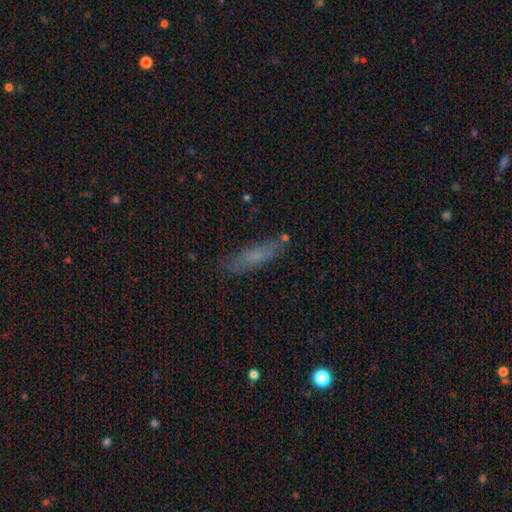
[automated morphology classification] The model was most divided on "smooth or featured": smooth: 59%, featured or disk: 30%, star or artifact: 11%. More confident: merging — none (77%); how rounded — cigar-shaped (73%).